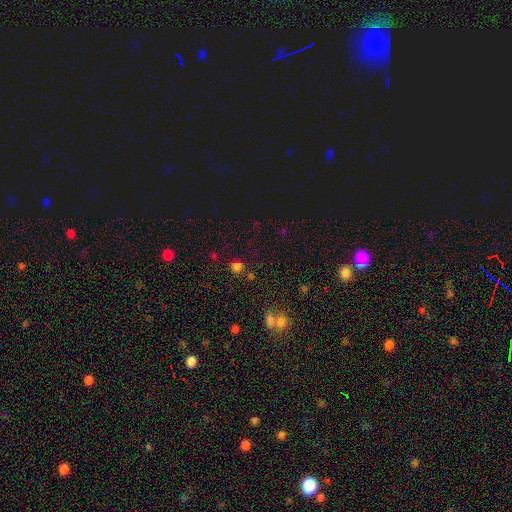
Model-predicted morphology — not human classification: Smooth or featured? smooth (50%)
Merging? none (73%)